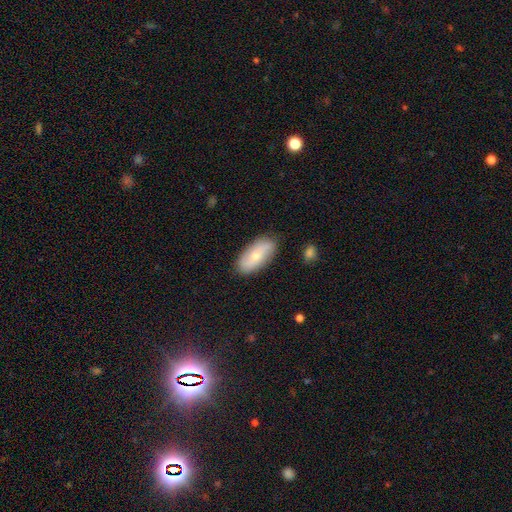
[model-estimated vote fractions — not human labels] Q: Smooth or featured?
A: smooth (55%); runner-up: featured or disk (39%)
Q: How rounded?
A: in between (87%); runner-up: cigar-shaped (9%)
Q: Merging?
A: none (84%); runner-up: minor disturbance (11%)